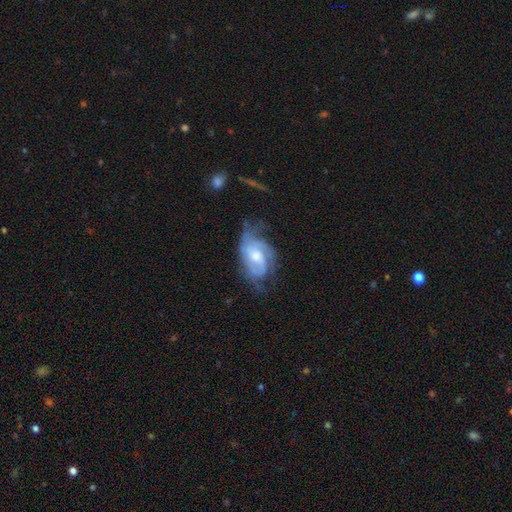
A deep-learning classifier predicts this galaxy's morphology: smooth-or-featured: featured or disk: 79% | smooth: 15% | star or artifact: 6%
  disk-edge-on: no: 96% | yes: 4%
    bar: no: 56% | weak: 37% | strong: 7%
    has-spiral-arms: yes: 91% | no: 9%
      spiral-winding: tight: 42% (tied) | medium: 42% (tied) | loose: 16%
      spiral-arm-count: 2: 39% | can't tell: 28% | 3: 20% | 1: 5% | 4: 5% | more than 4: 3%
    bulge-size: moderate: 62% | small: 24% | large: 10% | none: 3% | dominant: 1%
  merging: none: 46% | minor disturbance: 29% | major disturbance: 23% | merger: 2%